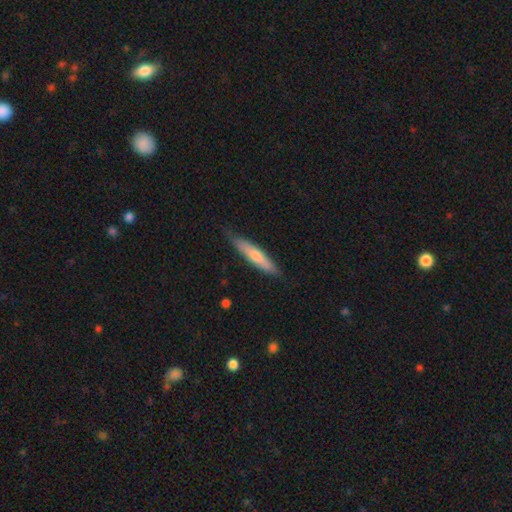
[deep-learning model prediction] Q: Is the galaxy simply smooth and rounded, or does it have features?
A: smooth — 64%.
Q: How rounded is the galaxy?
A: cigar-shaped — 88%.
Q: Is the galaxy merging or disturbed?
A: none — 80%.